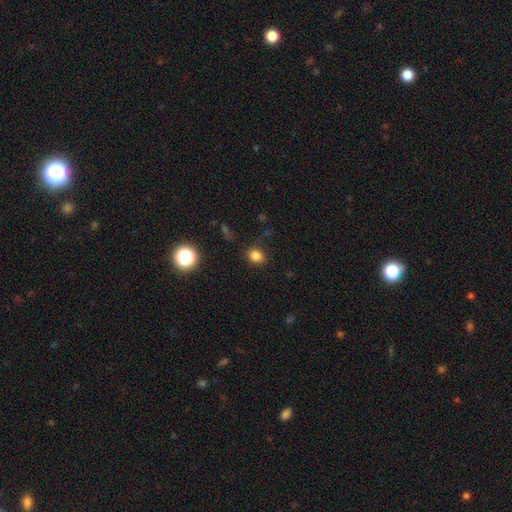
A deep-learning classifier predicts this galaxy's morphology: smooth 82%, star or artifact 14%, featured or disk 5%. Down the decision tree: how rounded — round (62%); merging — none (85%).